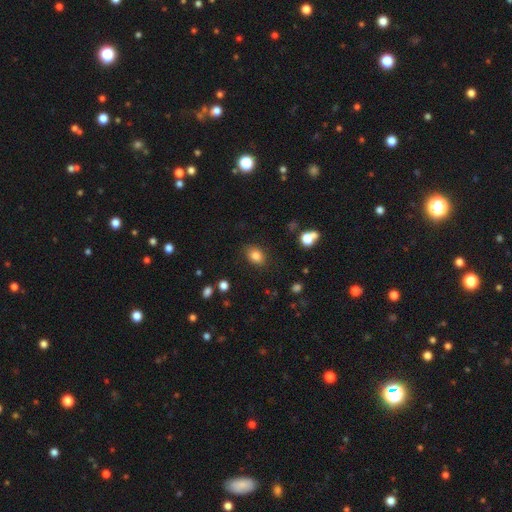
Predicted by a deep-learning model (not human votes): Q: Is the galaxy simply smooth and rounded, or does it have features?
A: smooth — 83%.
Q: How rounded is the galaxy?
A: in between — 67%.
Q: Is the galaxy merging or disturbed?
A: none — 84%.